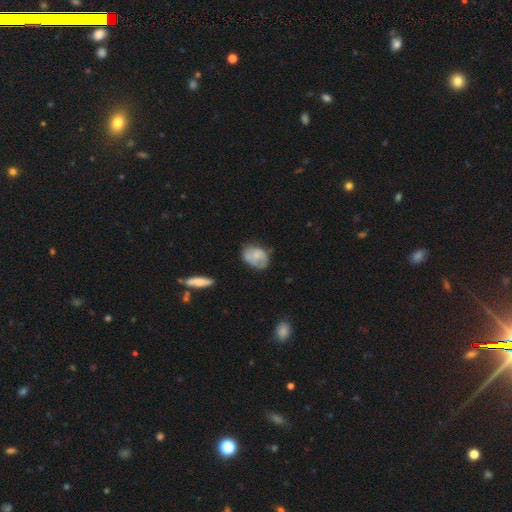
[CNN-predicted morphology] Smooth or featured?
  - smooth: 56% *
  - featured or disk: 37%
  - star or artifact: 7%
How rounded?
  - in between: 69% *
  - round: 29%
  - cigar-shaped: 2%
Merging?
  - none: 59% *
  - minor disturbance: 28%
  - major disturbance: 9%
  - merger: 3%